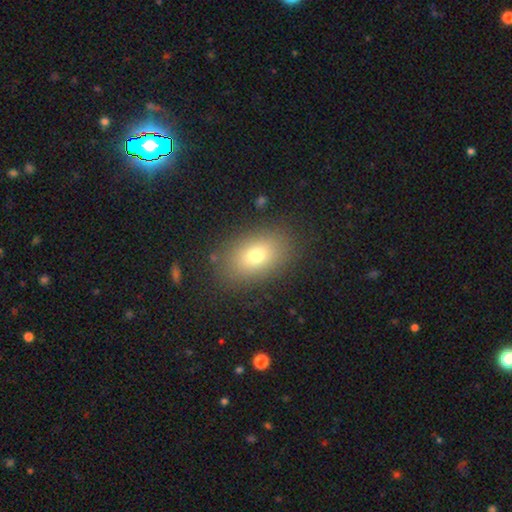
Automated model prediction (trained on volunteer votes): This is likely a smooth galaxy (75%). How rounded: clearly in between (85%). Merging: clearly none (85%).